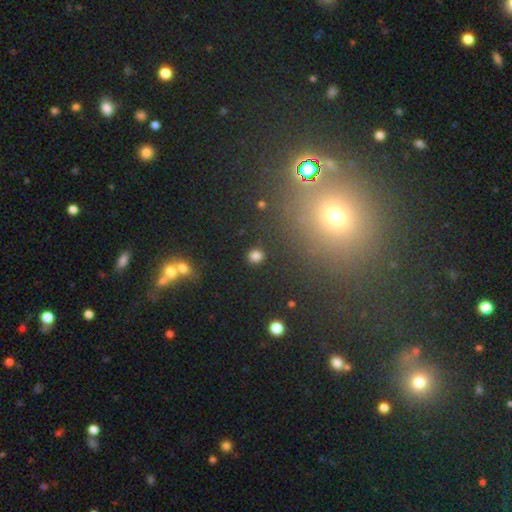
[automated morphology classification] smooth_or_featured: smooth (p=0.80) [alt: star or artifact p=0.15]
how_rounded: round (p=0.86) [alt: in between p=0.13]
merging: none (p=0.89) [alt: minor disturbance p=0.06]